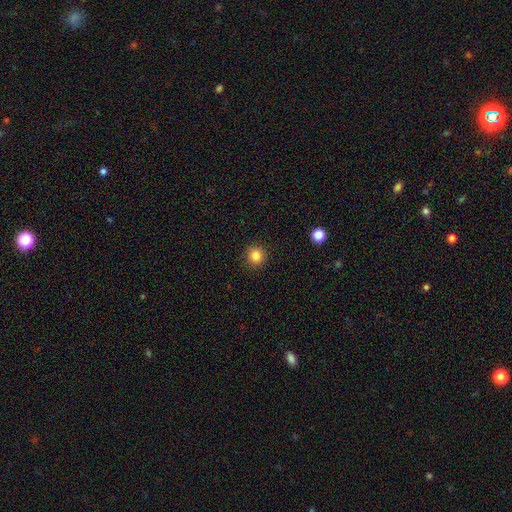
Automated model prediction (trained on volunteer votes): A smooth galaxy with no disk features (84%) that is round (93%). Merging: none (91%).